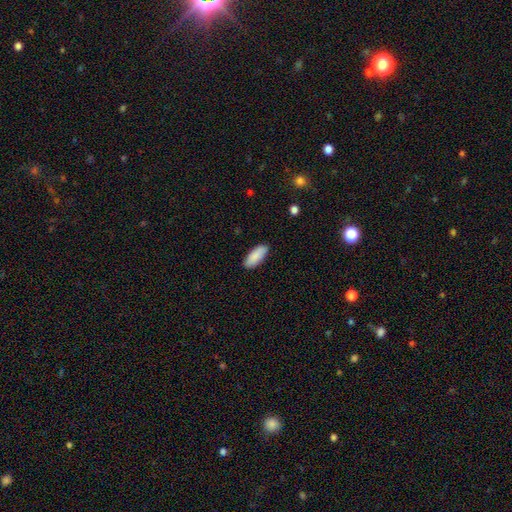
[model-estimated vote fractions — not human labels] The model was most divided on "how rounded": in between: 81%, cigar-shaped: 17%, round: 2%. More confident: smooth or featured — smooth (89%); merging — none (88%).